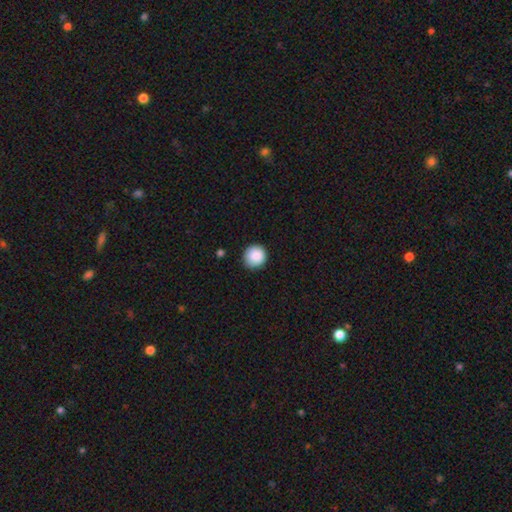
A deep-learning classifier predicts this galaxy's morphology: A smooth galaxy with no disk features (88%) that is round (94%).

Vote fractions:
- Smooth or featured? smooth: 88% / star or artifact: 8% / featured or disk: 4%
- How rounded? round: 94% / in between: 5% / cigar-shaped: 1%
- Merging? none: 87% / minor disturbance: 10% / major disturbance: 2% / merger: 1%